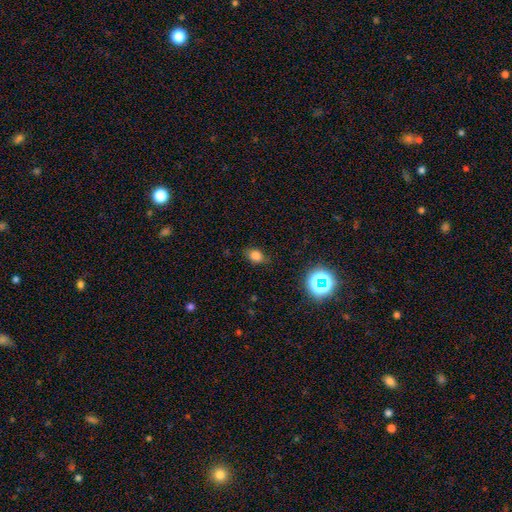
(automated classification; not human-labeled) Morphology: type=smooth (77%); roundness=in between (66%); merging=none (76%).